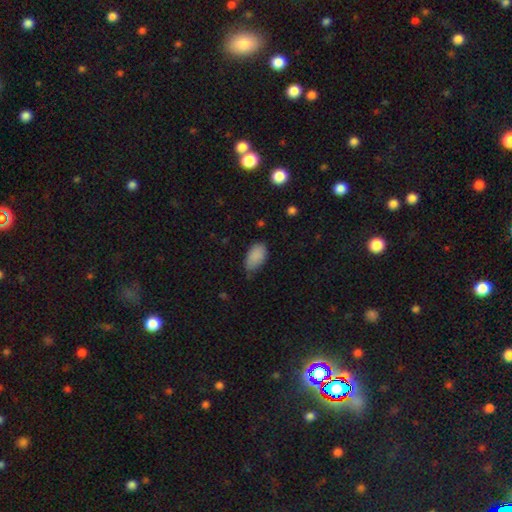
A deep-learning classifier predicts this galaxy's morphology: A smooth galaxy with no disk features (88%) that is in between round and cigar-shaped (94%).

Vote fractions:
- Smooth or featured? smooth: 88% / star or artifact: 7% / featured or disk: 5%
- How rounded? in between: 94% / round: 5% / cigar-shaped: 2%
- Merging? none: 54% / minor disturbance: 37% / major disturbance: 7% / merger: 2%